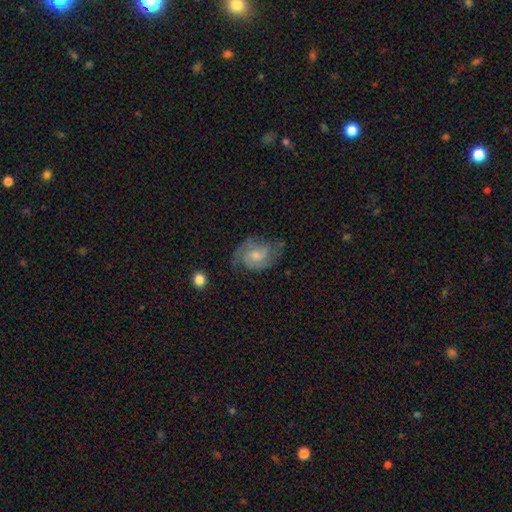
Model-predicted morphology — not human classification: type=featured or disk (79%); edge-on=no (97%); bar=no (54%); spiral arms=yes (95%); winding=medium (48%); arm count=2 (64%); bulge=small (48%); merging=none (70%).